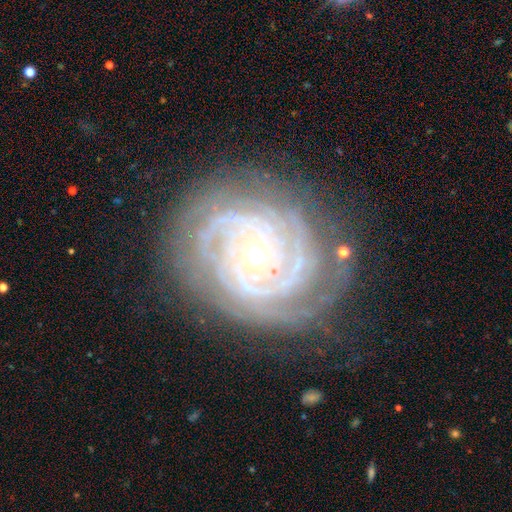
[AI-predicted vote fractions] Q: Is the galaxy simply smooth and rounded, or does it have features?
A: featured or disk — 90%.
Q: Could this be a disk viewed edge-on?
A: no — 97%.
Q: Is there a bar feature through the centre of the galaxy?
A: no — 77%.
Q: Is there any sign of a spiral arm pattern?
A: yes — 98%.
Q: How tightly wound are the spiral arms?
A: tight — 86%.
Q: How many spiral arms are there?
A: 3 — 25%.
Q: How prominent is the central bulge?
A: moderate — 56%.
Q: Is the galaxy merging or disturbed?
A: none — 78%.